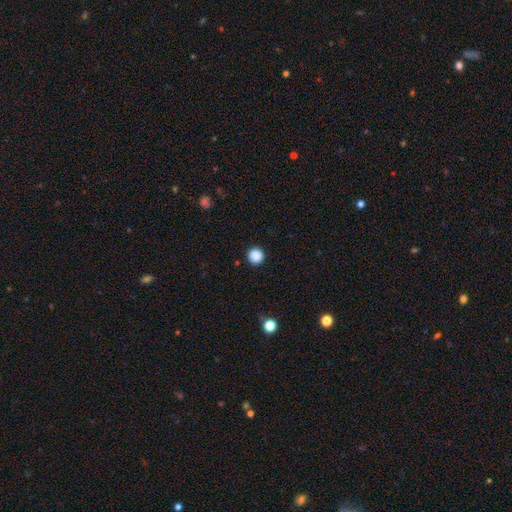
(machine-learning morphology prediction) smooth_or_featured: smooth (p=0.88) [alt: star or artifact p=0.10]
how_rounded: round (p=0.96) [alt: in between p=0.03]
merging: none (p=0.93) [alt: minor disturbance p=0.05]